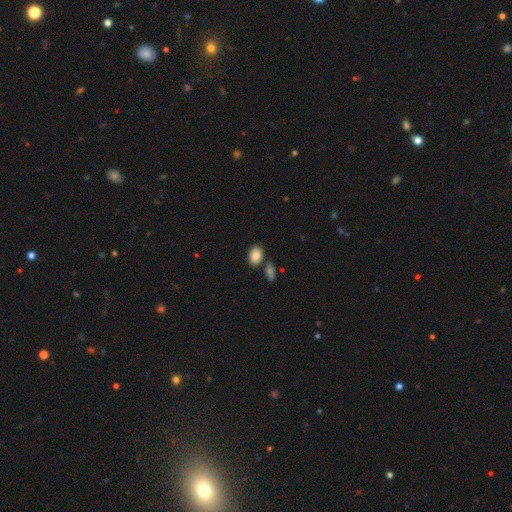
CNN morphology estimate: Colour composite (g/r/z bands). It shows a smooth galaxy with no disk features (87%) that is in between round and cigar-shaped (82%). Merging: none (71%).